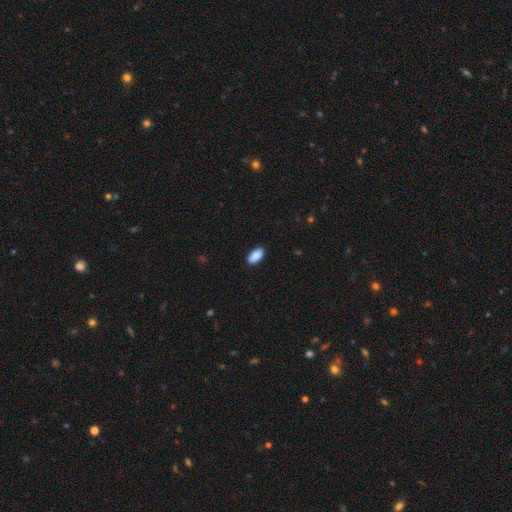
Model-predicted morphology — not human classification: Smooth or featured? Predicted: smooth (p=0.90). How rounded? Predicted: in between (p=0.93). Merging? Predicted: none (p=0.88).